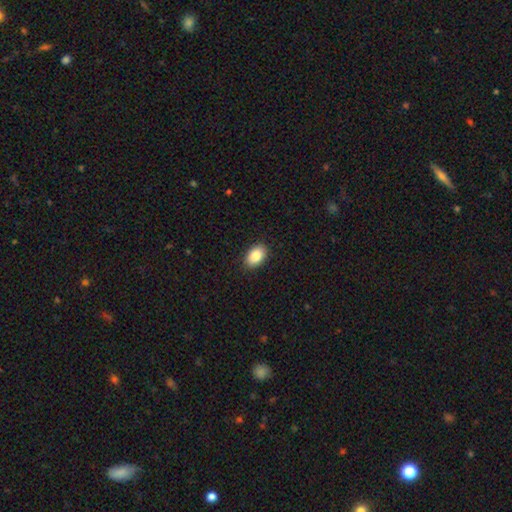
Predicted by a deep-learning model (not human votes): The model was most divided on "smooth or featured": smooth: 88%, star or artifact: 7%, featured or disk: 5%. More confident: how rounded — in between (90%); merging — none (89%).